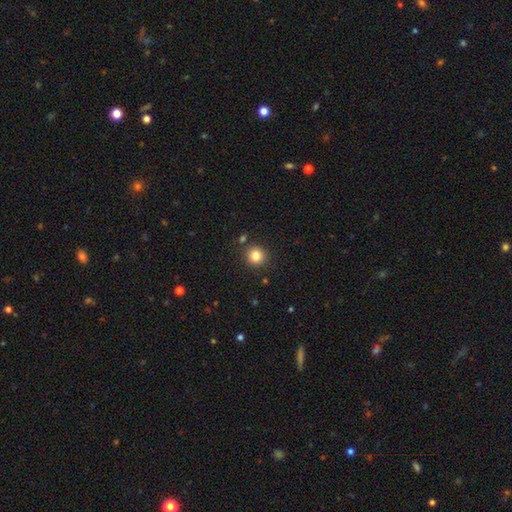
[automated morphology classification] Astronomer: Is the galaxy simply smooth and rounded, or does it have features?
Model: smooth — 84%.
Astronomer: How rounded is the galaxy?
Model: round — 93%.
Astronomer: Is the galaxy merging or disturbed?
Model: none — 88%.